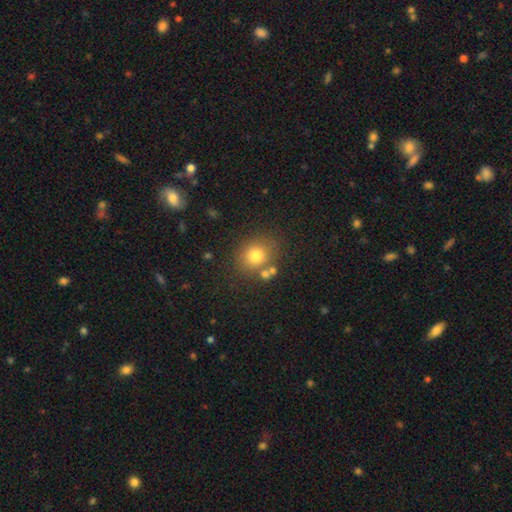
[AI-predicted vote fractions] smooth 76%, star or artifact 13%, featured or disk 10%. Down the decision tree: how rounded — round (70%); merging — none (71%).